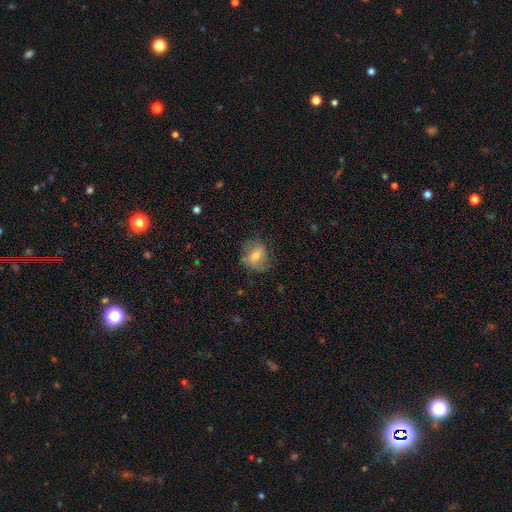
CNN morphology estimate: The model was most divided on "how rounded": round: 50%, in between: 49%, cigar-shaped: 1%. More confident: merging — none (65%); smooth or featured — smooth (64%).